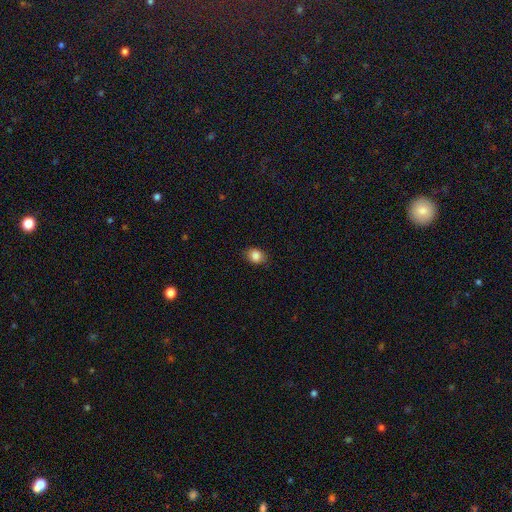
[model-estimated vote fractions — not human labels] smooth 86%, star or artifact 9%, featured or disk 5%. Down the decision tree: how rounded — round (52%); merging — none (82%).